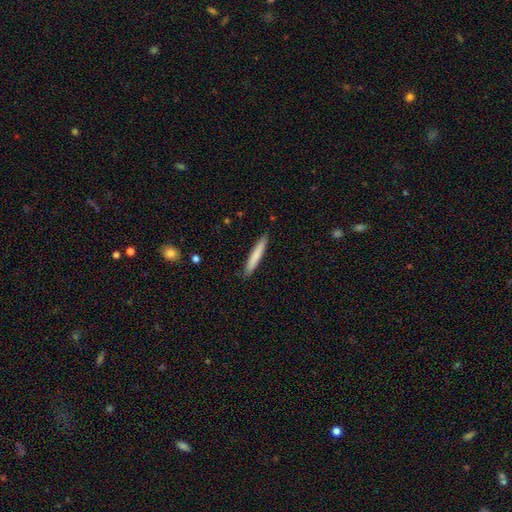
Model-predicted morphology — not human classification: smooth_or_featured: smooth (p=0.75) [alt: featured or disk p=0.19]
how_rounded: cigar-shaped (p=0.95) [alt: in between p=0.04]
merging: none (p=0.89) [alt: minor disturbance p=0.08]